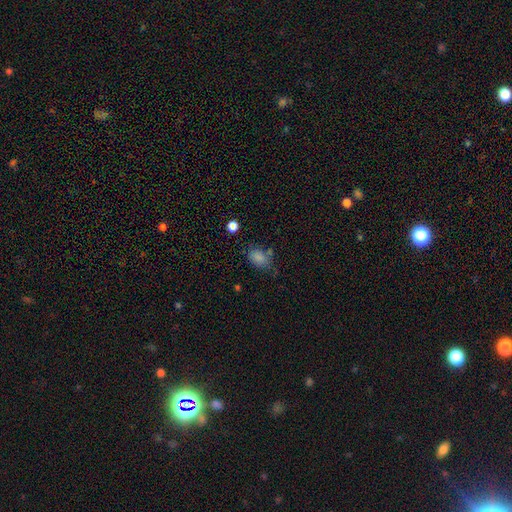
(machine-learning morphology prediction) This appears to be a smooth galaxy with no disk features (69%) that is in between round and cigar-shaped (71%). Merging: none (69%).